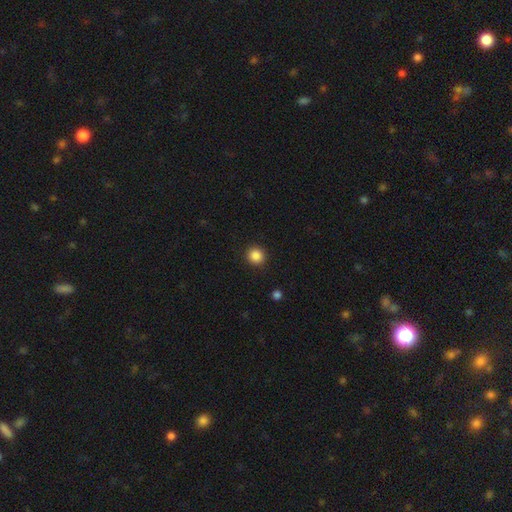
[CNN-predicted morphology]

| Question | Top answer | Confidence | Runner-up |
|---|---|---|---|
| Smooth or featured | smooth | 87% | star or artifact (10%) |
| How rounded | round | 93% | in between (6%) |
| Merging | none | 92% | minor disturbance (5%) |